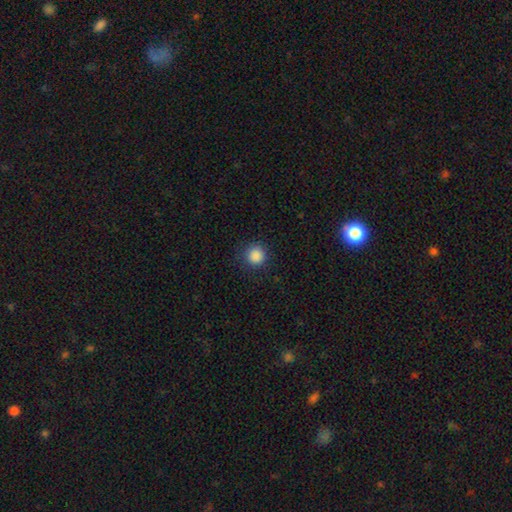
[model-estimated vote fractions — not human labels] The model was most divided on "smooth or featured": smooth: 87%, star or artifact: 10%, featured or disk: 3%. More confident: how rounded — round (94%); merging — none (89%).